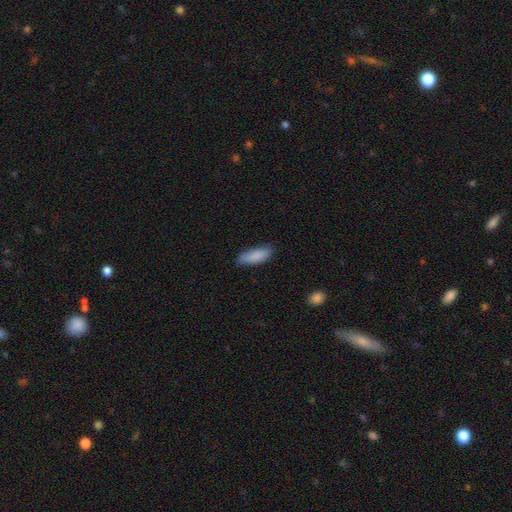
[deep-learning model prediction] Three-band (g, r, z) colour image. It shows a smooth galaxy with no disk features (88%) that is in between round and cigar-shaped (66%). Merging: none (79%).